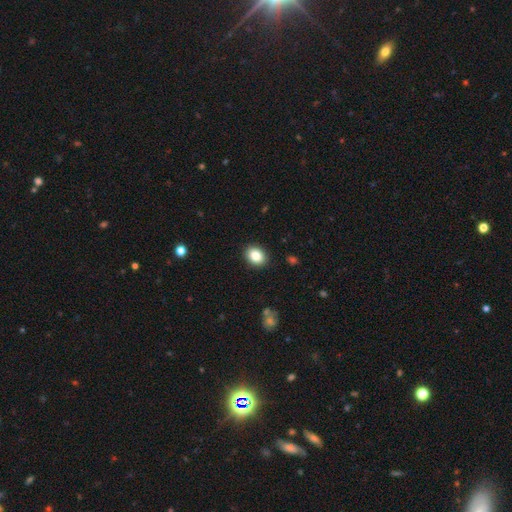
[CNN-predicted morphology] This appears to be a smooth galaxy with no disk features (85%) that is in between round and cigar-shaped (60%). Merging: none (90%).